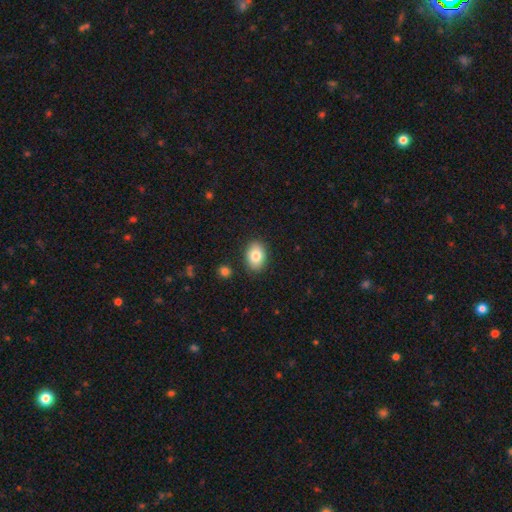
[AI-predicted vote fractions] Overall: smooth (83%). How rounded: in between (79%). Merging: none (87%).